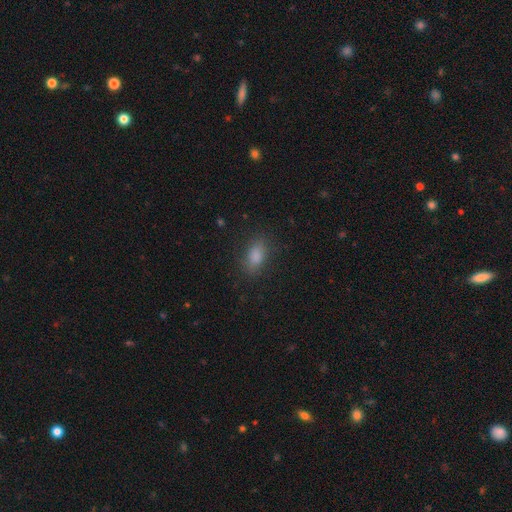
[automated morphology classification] Smooth or featured?
  - smooth: 82% *
  - star or artifact: 11%
  - featured or disk: 7%
How rounded?
  - in between: 86% *
  - round: 8%
  - cigar-shaped: 7%
Merging?
  - none: 84% *
  - minor disturbance: 11%
  - major disturbance: 4%
  - merger: 1%